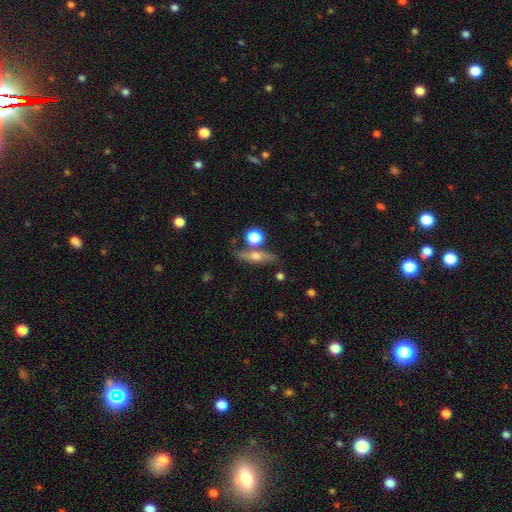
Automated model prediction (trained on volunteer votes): A featured or disk galaxy (53%) viewed edge-on (84%). Merging: none (72%).